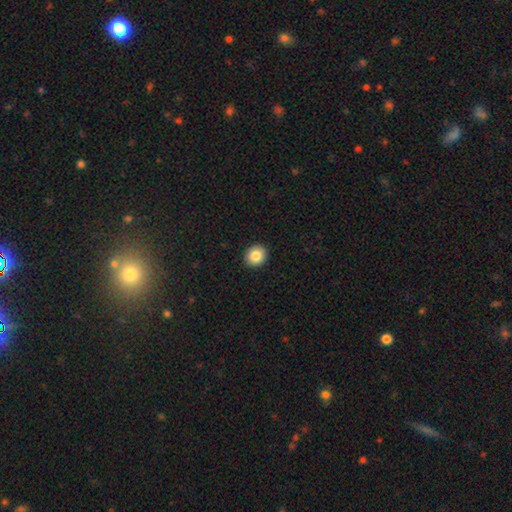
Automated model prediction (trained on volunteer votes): A smooth galaxy with no disk features (85%) that is round (82%). Merging: none (92%).